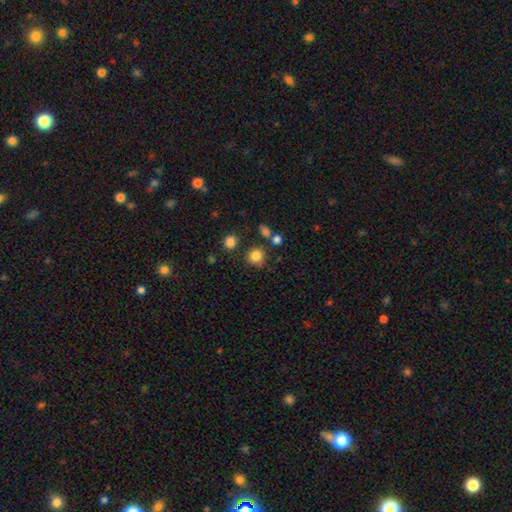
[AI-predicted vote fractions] smooth_or_featured: smooth (p=0.83) [alt: star or artifact p=0.12]
how_rounded: round (p=0.85) [alt: in between p=0.14]
merging: none (p=0.76) [alt: minor disturbance p=0.12]